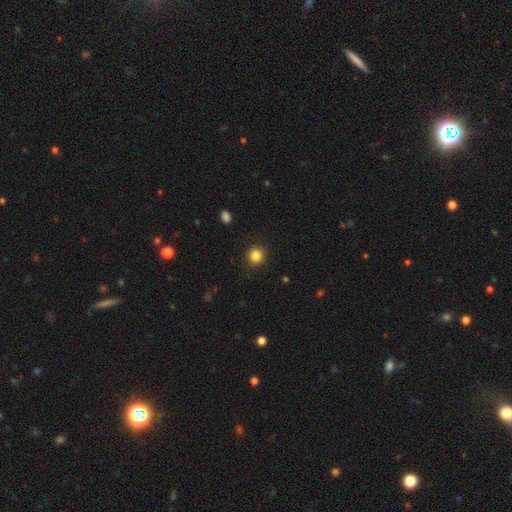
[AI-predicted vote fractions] Smooth or featured? Predicted: smooth (p=0.85). How rounded? Predicted: round (p=0.92). Merging? Predicted: none (p=0.91).